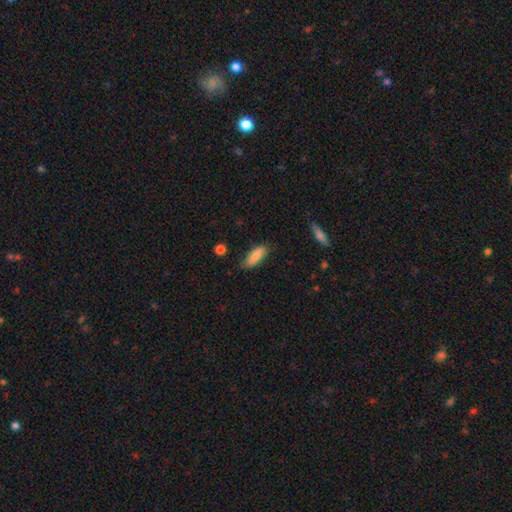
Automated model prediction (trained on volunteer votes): A smooth galaxy with no disk features (84%) that is in between round and cigar-shaped (69%). Merging: none (70%).